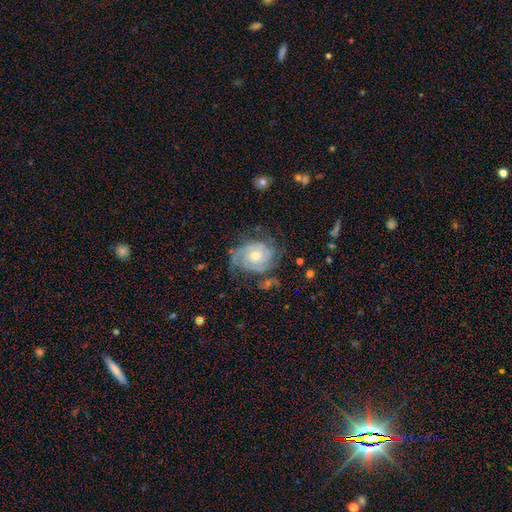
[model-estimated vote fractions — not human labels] Morphology: type=featured or disk (85%); edge-on=no (97%); bar=no (73%); spiral arms=yes (96%); winding=tight (68%); arm count=2 (37%); bulge=moderate (57%); merging=none (64%).